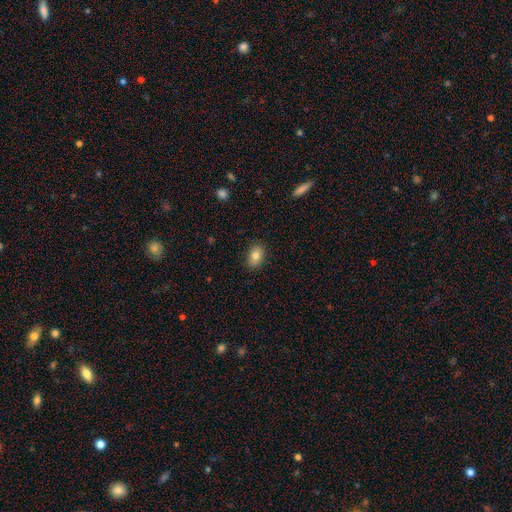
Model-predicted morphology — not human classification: Overall: smooth (81%). How rounded: in between (77%). Merging: none (88%).